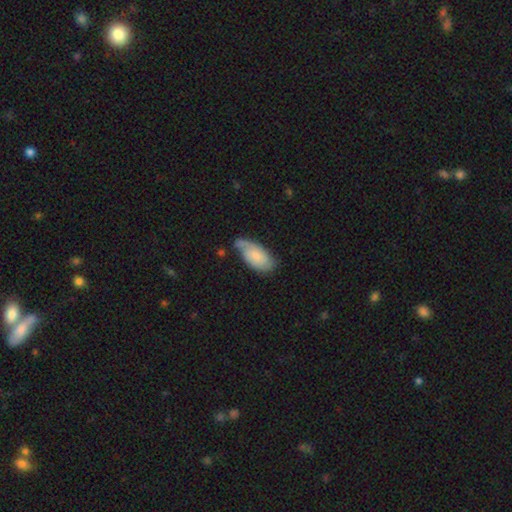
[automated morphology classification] type=smooth (53%); roundness=in between (91%); merging=none (48%).